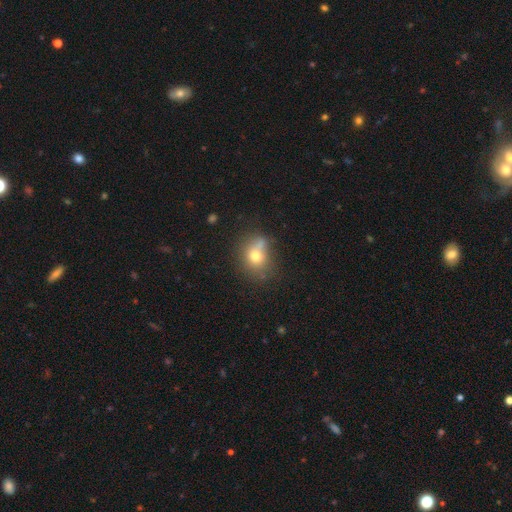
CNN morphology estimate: A smooth galaxy with no disk features (70%) that is round (61%). Merging: none (51%).